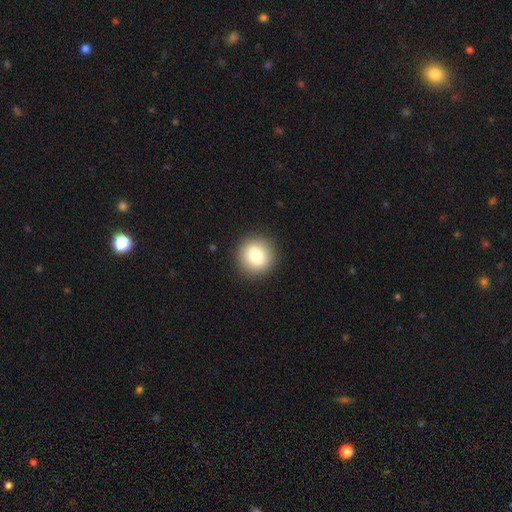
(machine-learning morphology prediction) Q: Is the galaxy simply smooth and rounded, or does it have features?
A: smooth — 77%.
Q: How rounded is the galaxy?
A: round — 90%.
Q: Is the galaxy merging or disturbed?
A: none — 91%.